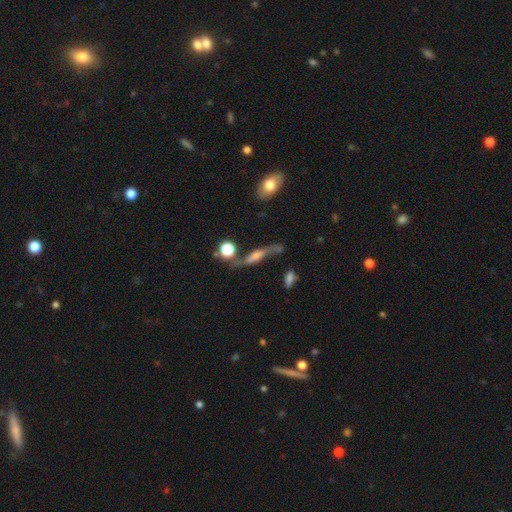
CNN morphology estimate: smooth-or-featured: featured or disk: 70% | smooth: 20% | star or artifact: 10%
  disk-edge-on: yes: 50% (tied) | no: 50% (tied)
  merging: none: 58% | minor disturbance: 20% | major disturbance: 11% | merger: 11%